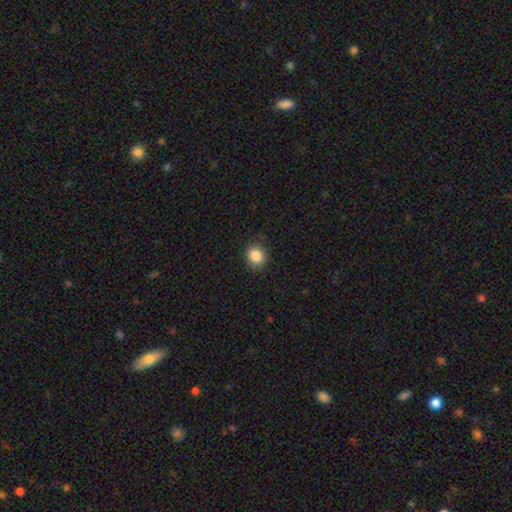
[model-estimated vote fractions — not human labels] Smooth or featured? smooth (87%)
How rounded? round (68%)
Merging? none (83%)